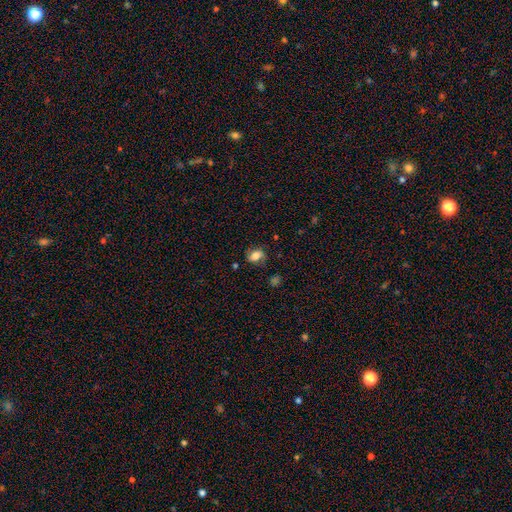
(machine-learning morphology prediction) The model was most divided on "merging": none: 70%, minor disturbance: 21%, major disturbance: 7%, merger: 2%. More confident: how rounded — in between (74%); smooth or featured — smooth (73%).